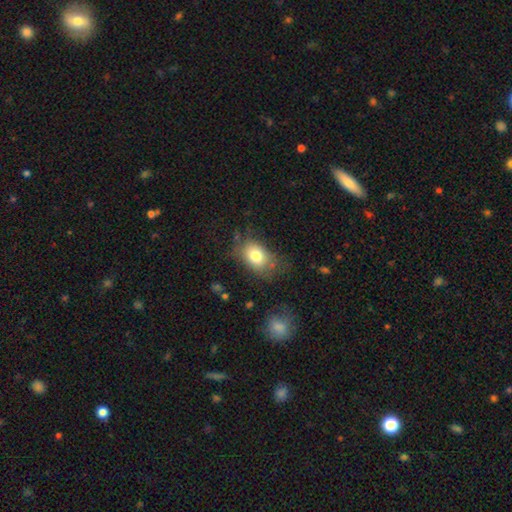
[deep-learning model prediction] This is likely a smooth galaxy (77%). How rounded: likely in between (77%). Merging: likely none (61%).